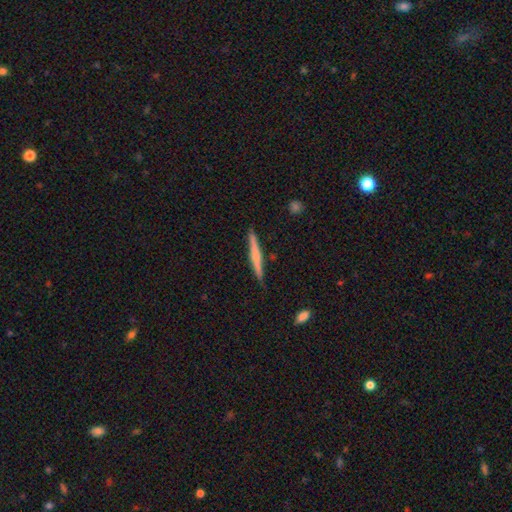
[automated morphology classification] This appears to be a featured or disk galaxy (48%). Merging: none (88%).